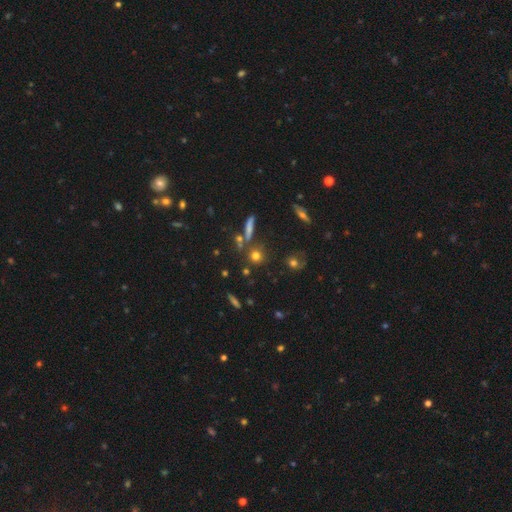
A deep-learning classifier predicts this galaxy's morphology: Smooth or featured? Predicted: smooth (p=0.70). How rounded? Predicted: round (p=0.84). Merging? Predicted: none (p=0.72).